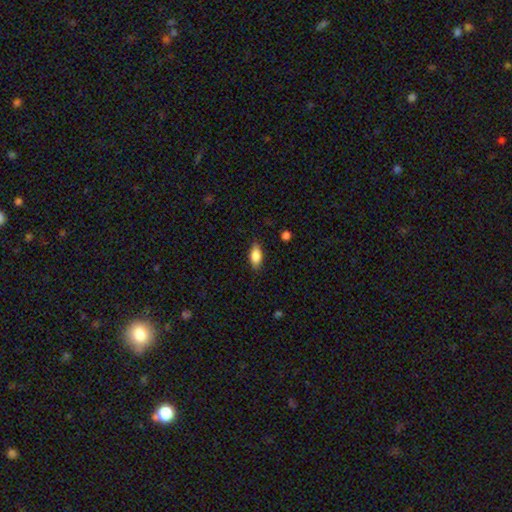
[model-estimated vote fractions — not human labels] smooth 84%, featured or disk 9%, star or artifact 7%. Down the decision tree: how rounded — in between (86%); merging — none (84%).